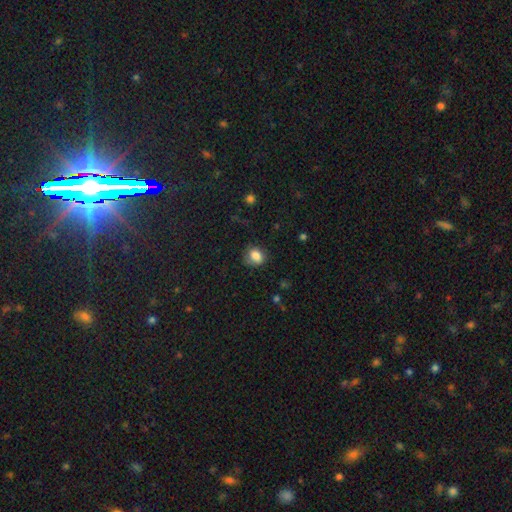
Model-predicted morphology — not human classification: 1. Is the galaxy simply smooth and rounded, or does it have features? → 83% smooth, 10% star or artifact, 7% featured or disk.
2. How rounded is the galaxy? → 58% round, 41% in between, 1% cigar-shaped.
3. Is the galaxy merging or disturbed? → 74% none, 19% minor disturbance, 6% major disturbance, 1% merger.